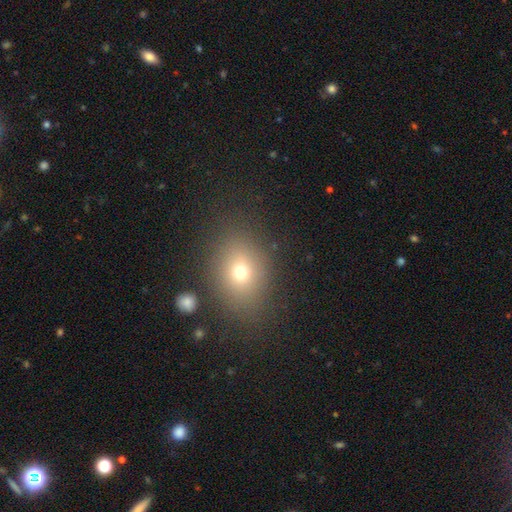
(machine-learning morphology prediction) A smooth galaxy with no disk features (65%) that is in between round and cigar-shaped (59%).

Vote fractions:
- Smooth or featured? smooth: 65% / star or artifact: 20% / featured or disk: 15%
- How rounded? in between: 59% / round: 40% / cigar-shaped: 1%
- Merging? none: 82% / minor disturbance: 10% / major disturbance: 5% / merger: 3%